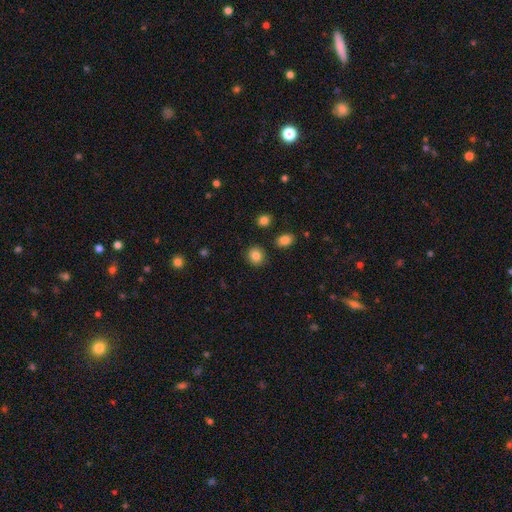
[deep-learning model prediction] A smooth galaxy with no disk features (85%) that is round (82%). Merging: none (89%).